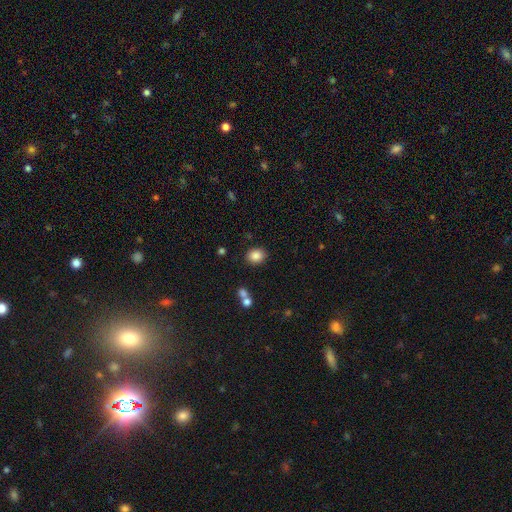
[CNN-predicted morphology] Q: Smooth or featured?
A: smooth (85%); runner-up: star or artifact (10%)
Q: How rounded?
A: round (59%); runner-up: in between (40%)
Q: Merging?
A: none (86%); runner-up: minor disturbance (8%)